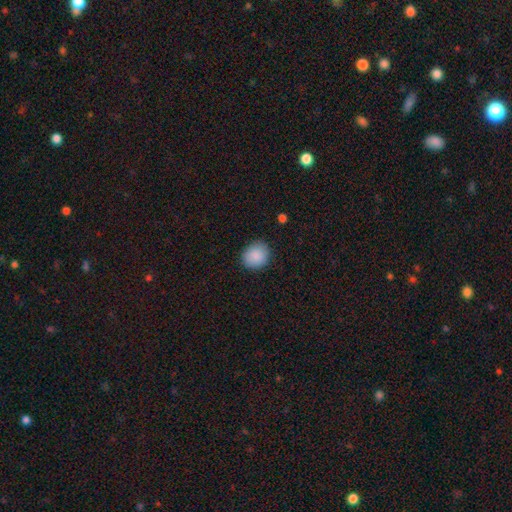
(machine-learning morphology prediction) Overall: smooth (89%). How rounded: round (75%). Merging: none (86%).